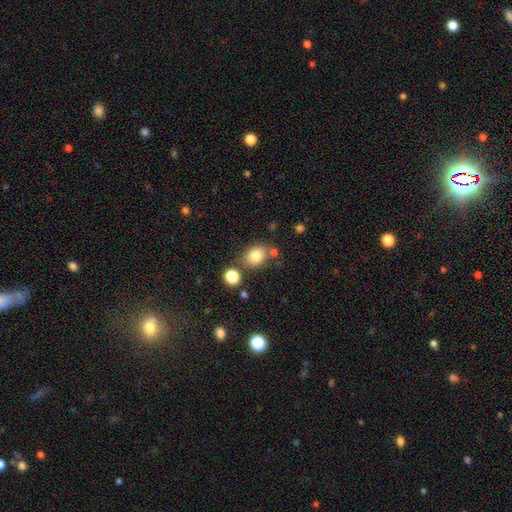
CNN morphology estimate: This is clearly a smooth galaxy (81%). How rounded: possibly in between (52%). Merging: likely none (71%).